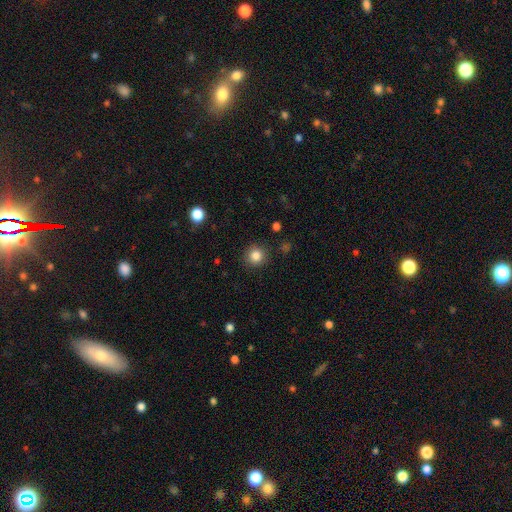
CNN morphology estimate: Smooth or featured: smooth — 84% (star or artifact — 11%)
How rounded: round — 93% (in between — 7%)
Merging: none — 90% (minor disturbance — 7%)